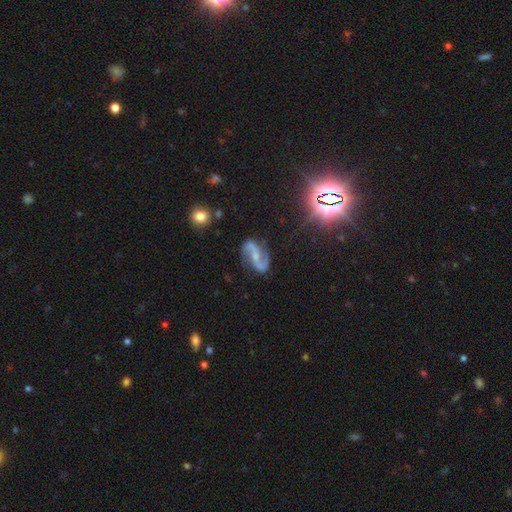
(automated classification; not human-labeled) Smooth or featured: featured or disk — 87% (star or artifact — 8%)
Edge-on disk: no — 97% (yes — 3%)
Bar: weak — 35% (strong — 34%)
Spiral arms: yes — 97% (no — 3%)
Spiral winding: loose — 58% (medium — 33%)
Spiral arm count: 2 — 94% (can't tell — 2%)
Bulge size: small — 54% (moderate — 26%)
Merging: none — 79% (minor disturbance — 13%)